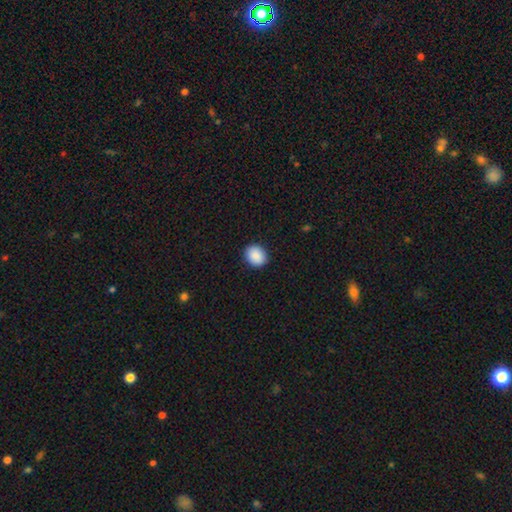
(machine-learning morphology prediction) The model was most divided on "how rounded": round: 61%, in between: 38%, cigar-shaped: 1%. More confident: merging — none (90%); smooth or featured — smooth (90%).